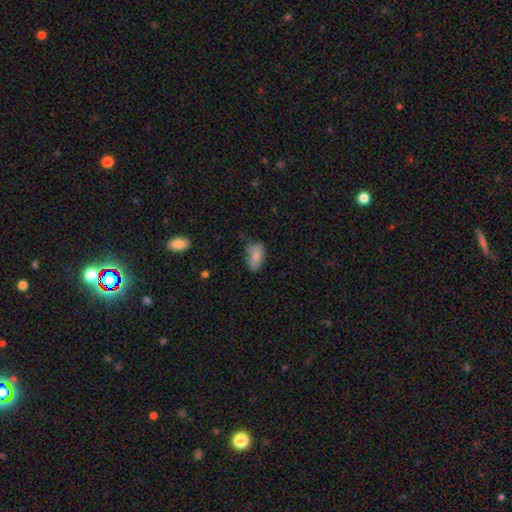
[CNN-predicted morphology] smooth 83%, featured or disk 8%, star or artifact 8%. Down the decision tree: how rounded — in between (92%); merging — none (53%).